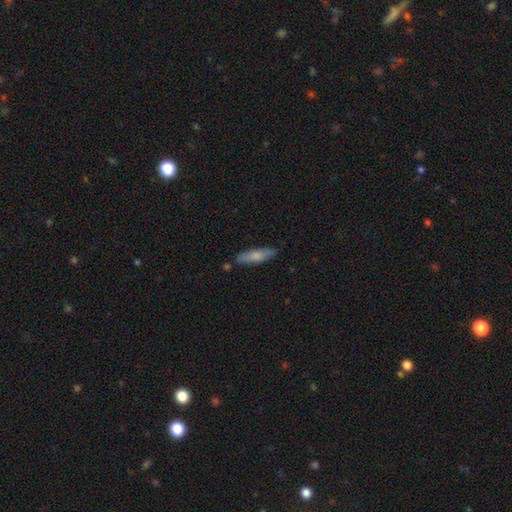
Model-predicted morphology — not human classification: type=smooth (71%); roundness=cigar-shaped (70%); merging=none (82%).